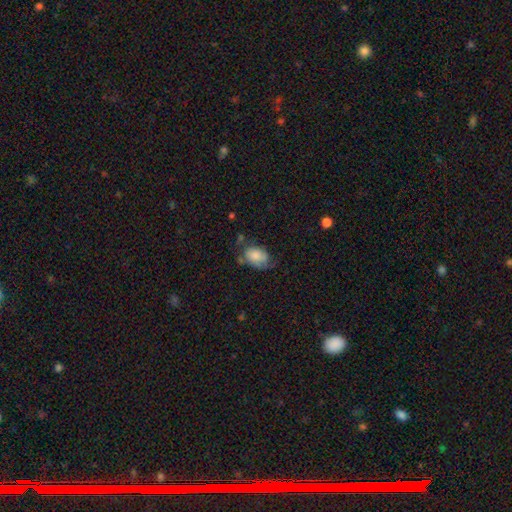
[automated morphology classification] Smooth or featured? smooth (64%)
How rounded? in between (83%)
Merging? none (39%)